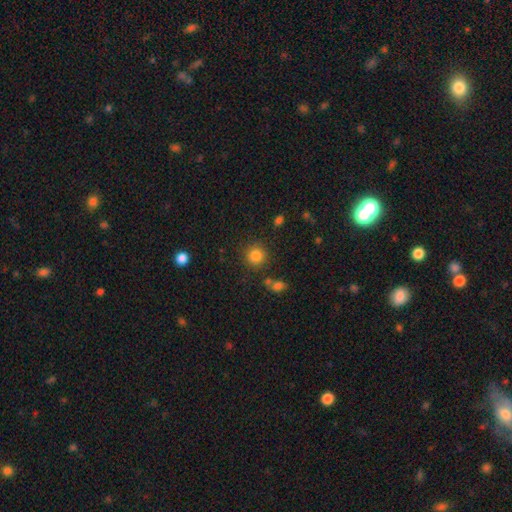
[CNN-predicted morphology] type=smooth (83%); roundness=round (93%); merging=none (86%).